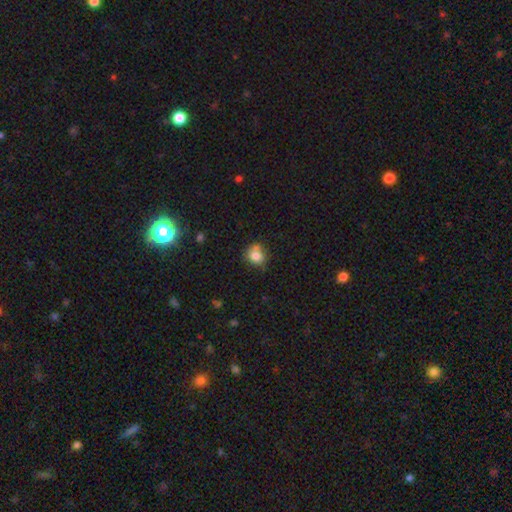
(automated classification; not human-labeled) Q: Smooth or featured?
A: smooth (79%); runner-up: star or artifact (11%)
Q: How rounded?
A: round (76%); runner-up: in between (24%)
Q: Merging?
A: none (57%); runner-up: minor disturbance (20%)